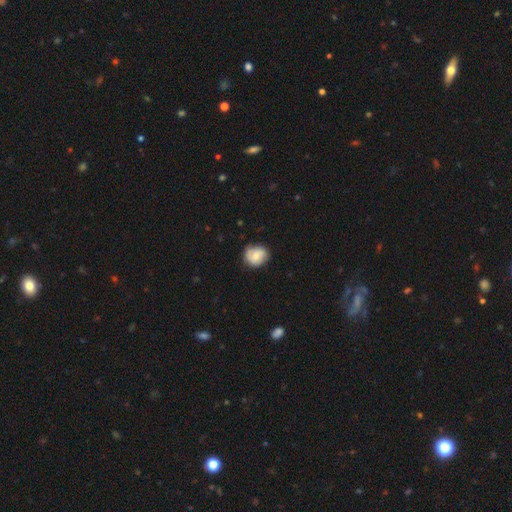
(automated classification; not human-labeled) A smooth galaxy with no disk features (60%) that is round (72%). Merging: none (74%).